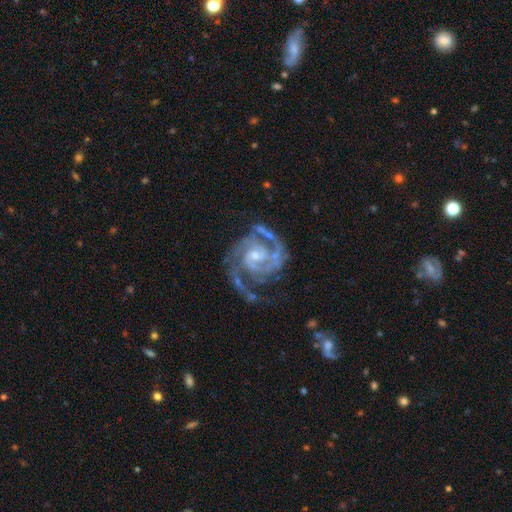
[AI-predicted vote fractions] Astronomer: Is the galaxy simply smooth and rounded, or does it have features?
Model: featured or disk — 94%.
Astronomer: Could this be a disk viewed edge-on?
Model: no — 98%.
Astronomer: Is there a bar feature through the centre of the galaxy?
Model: no — 50% (runner-up: weak, 38%).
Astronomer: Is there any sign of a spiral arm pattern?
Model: yes — 99%.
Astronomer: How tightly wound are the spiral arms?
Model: tight — 53% (runner-up: medium, 41%).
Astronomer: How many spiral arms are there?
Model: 2 — 65%.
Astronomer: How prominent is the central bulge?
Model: small — 54% (runner-up: moderate, 39%).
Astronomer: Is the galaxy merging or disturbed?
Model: none — 62%.